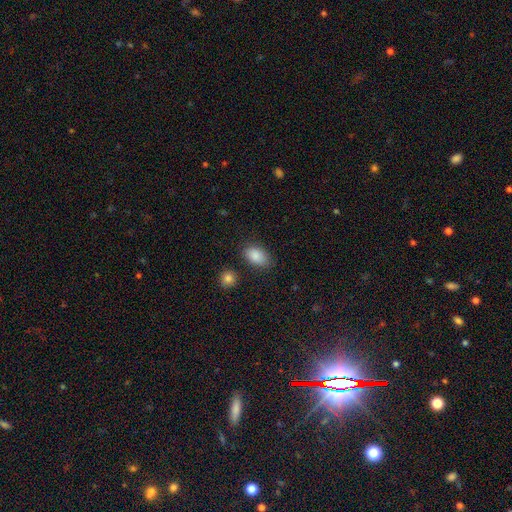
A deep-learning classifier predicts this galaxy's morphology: This is clearly a smooth galaxy (87%). How rounded: clearly in between (91%). Merging: likely none (78%).